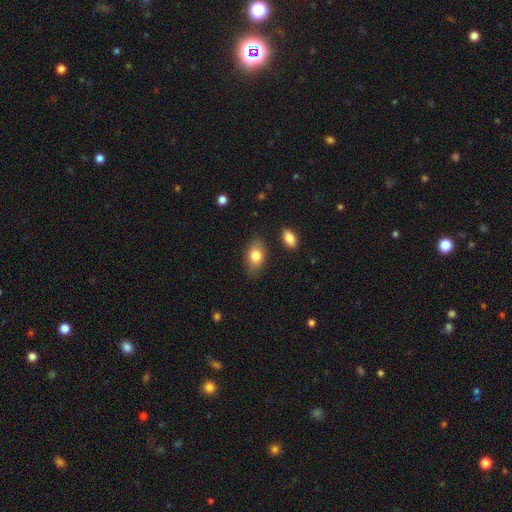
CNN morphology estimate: Q: Smooth or featured?
A: smooth (81%); runner-up: featured or disk (12%)
Q: How rounded?
A: in between (88%); runner-up: round (10%)
Q: Merging?
A: none (82%); runner-up: minor disturbance (13%)